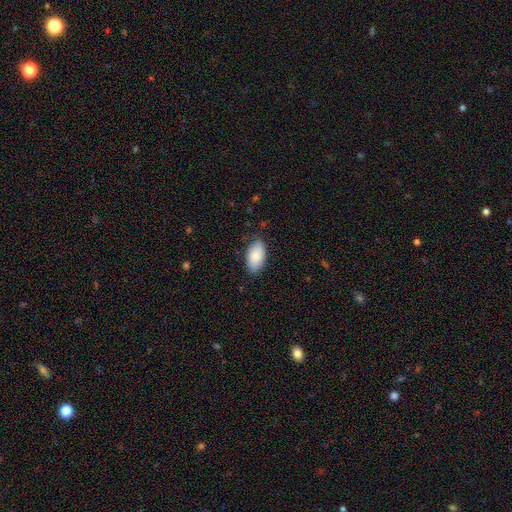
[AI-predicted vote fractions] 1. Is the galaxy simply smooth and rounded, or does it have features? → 86% smooth, 8% featured or disk, 6% star or artifact.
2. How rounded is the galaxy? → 95% in between, 3% round, 2% cigar-shaped.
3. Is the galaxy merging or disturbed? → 80% none, 16% minor disturbance, 3% major disturbance, 1% merger.